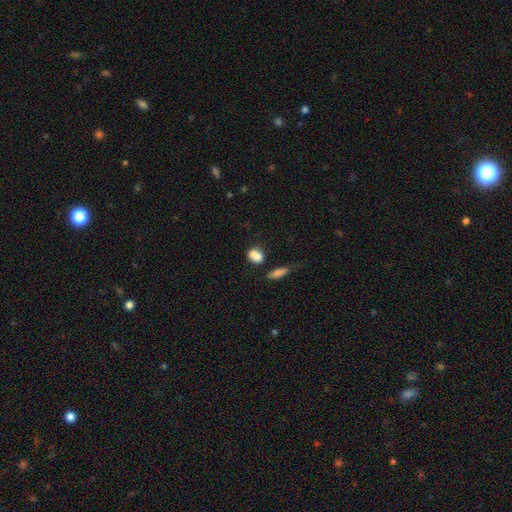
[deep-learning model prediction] Morphology: type=smooth (81%); roundness=in between (57%); merging=none (46%).